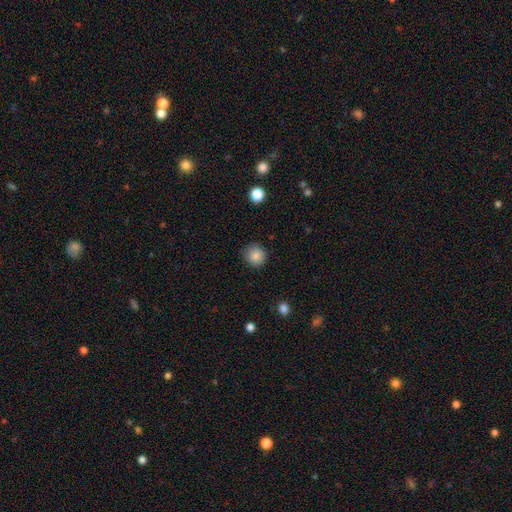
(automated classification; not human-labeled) Smooth or featured? Predicted: smooth (p=0.85). How rounded? Predicted: round (p=0.90). Merging? Predicted: none (p=0.85).